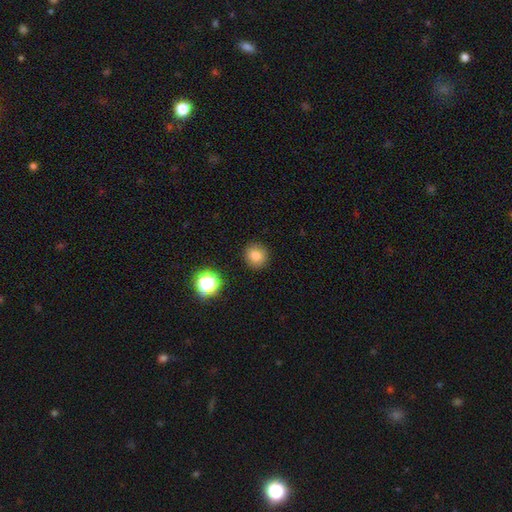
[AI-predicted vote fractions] smooth-or-featured: smooth: 80% | star or artifact: 13% | featured or disk: 7%
  how-rounded: round: 90% | in between: 9% | cigar-shaped: 1%
  merging: none: 91% | minor disturbance: 6% | major disturbance: 2% | merger: 2%